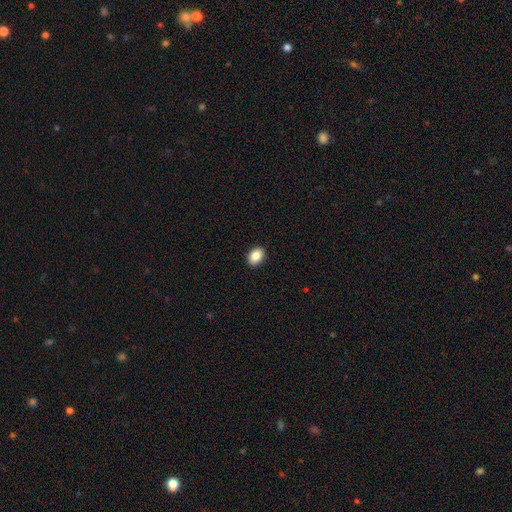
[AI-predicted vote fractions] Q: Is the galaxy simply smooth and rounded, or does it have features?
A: smooth — 87%.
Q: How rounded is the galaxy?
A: in between — 76%.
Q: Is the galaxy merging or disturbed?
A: none — 90%.